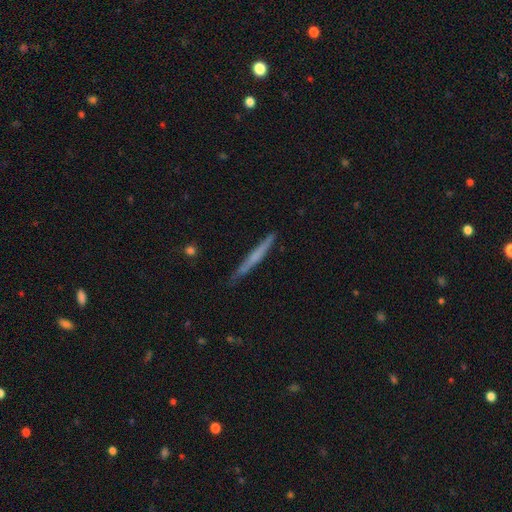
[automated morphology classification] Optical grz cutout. It shows a smooth galaxy with no disk features (48%). Merging: none (84%).